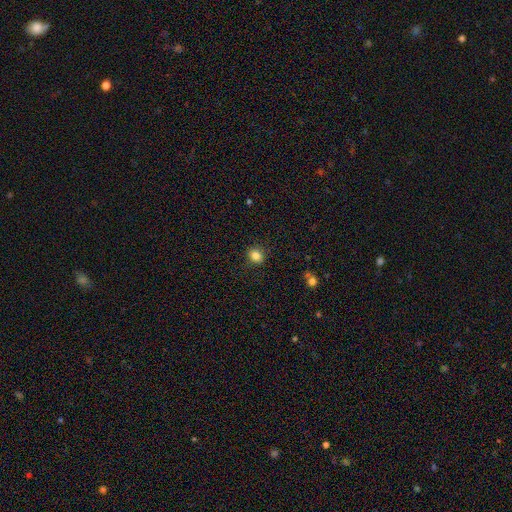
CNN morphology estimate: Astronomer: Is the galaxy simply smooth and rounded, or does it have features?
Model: smooth — 84%.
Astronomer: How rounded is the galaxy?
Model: round — 75%.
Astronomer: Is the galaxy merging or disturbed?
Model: none — 88%.